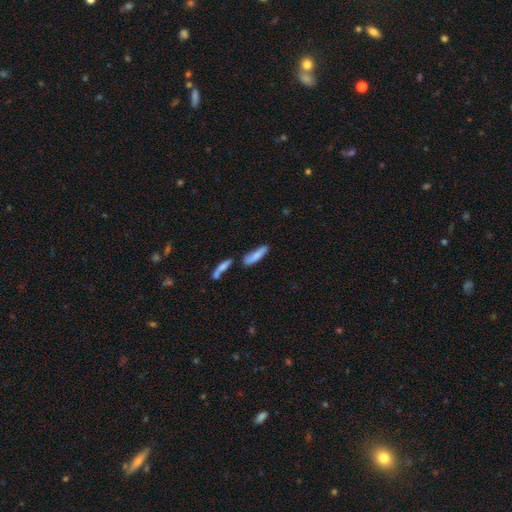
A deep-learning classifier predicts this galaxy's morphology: Smooth or featured? Predicted: smooth (p=0.77). How rounded? Predicted: cigar-shaped (p=0.71). Merging? Predicted: none (p=0.58).